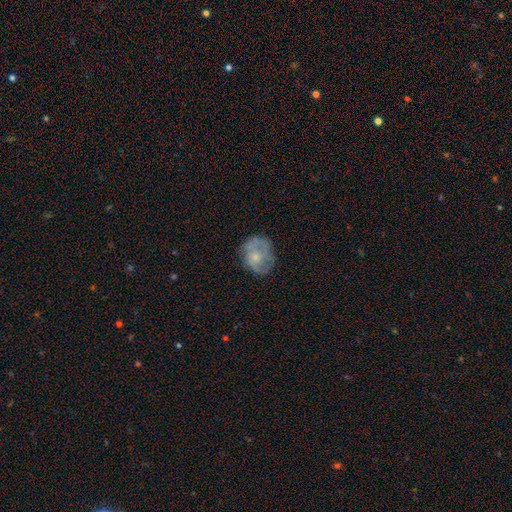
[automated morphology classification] A featured or disk galaxy (47%).

Vote fractions:
- Smooth or featured? featured or disk: 47% / smooth: 45% / star or artifact: 8%
- Merging? none: 63% / minor disturbance: 24% / major disturbance: 12% / merger: 2%